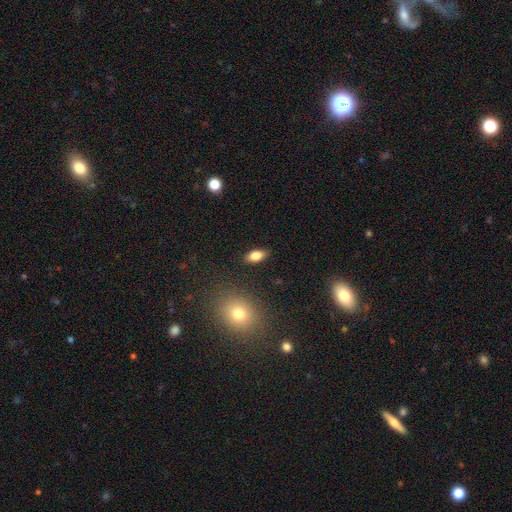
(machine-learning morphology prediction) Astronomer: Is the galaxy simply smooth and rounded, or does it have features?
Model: smooth — 82%.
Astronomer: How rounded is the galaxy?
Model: in between — 88%.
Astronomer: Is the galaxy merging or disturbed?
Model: none — 87%.